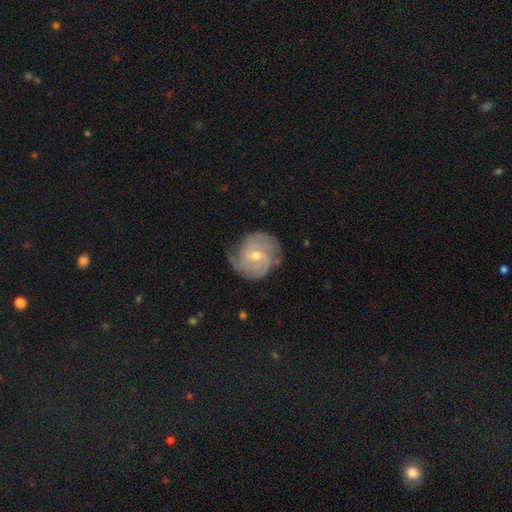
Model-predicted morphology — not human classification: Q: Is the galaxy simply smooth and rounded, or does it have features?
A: featured or disk — 79%.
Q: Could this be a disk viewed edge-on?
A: no — 97%.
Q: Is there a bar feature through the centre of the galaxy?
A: weak — 50%.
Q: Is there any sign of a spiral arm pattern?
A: yes — 94%.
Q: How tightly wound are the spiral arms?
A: tight — 60%.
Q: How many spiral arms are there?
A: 2 — 35%.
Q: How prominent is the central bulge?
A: moderate — 55%.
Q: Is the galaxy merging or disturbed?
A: none — 72%.